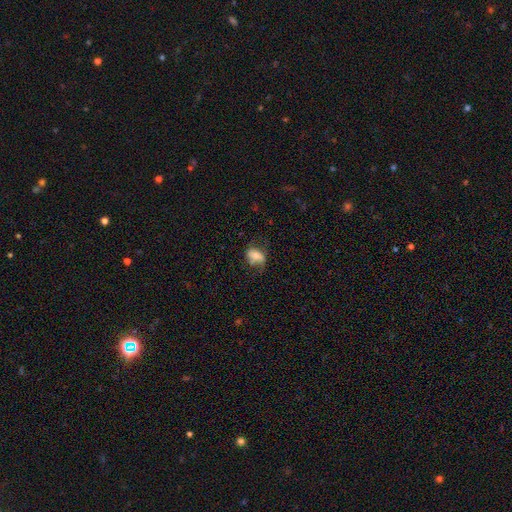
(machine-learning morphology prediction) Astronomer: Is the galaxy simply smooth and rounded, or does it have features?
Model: smooth — 61%.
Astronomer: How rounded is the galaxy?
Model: in between — 83%.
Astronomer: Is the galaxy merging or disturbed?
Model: none — 54%.